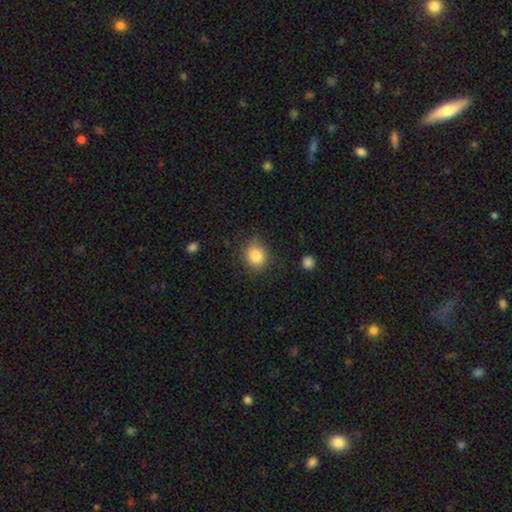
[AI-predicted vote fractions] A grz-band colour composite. It shows a smooth galaxy with no disk features (85%) that is round (69%). Merging: none (74%).